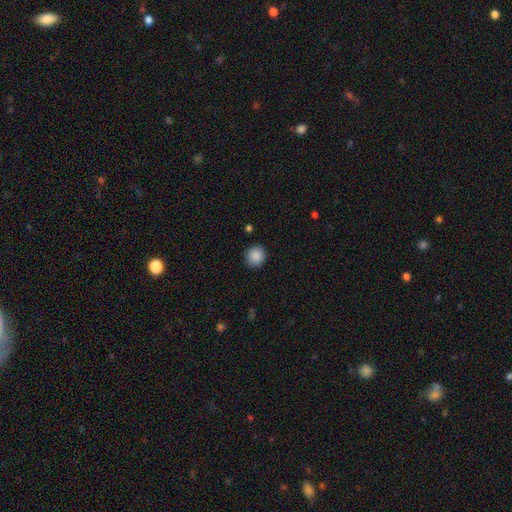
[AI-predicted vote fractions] The model was most divided on "smooth or featured": smooth: 88%, star or artifact: 8%, featured or disk: 3%. More confident: how rounded — round (91%); merging — none (91%).